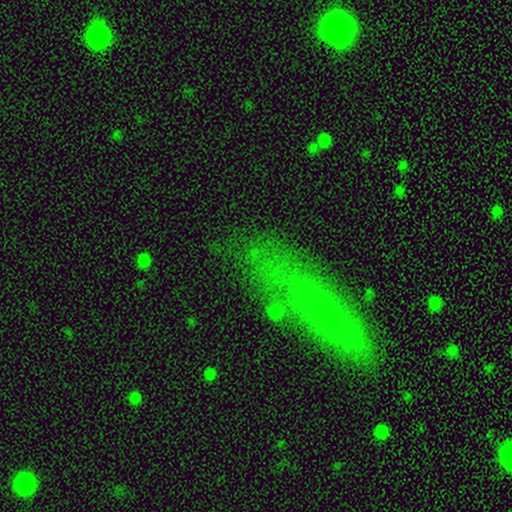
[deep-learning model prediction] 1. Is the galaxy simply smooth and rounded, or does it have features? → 41% star or artifact, 37% smooth, 21% featured or disk.